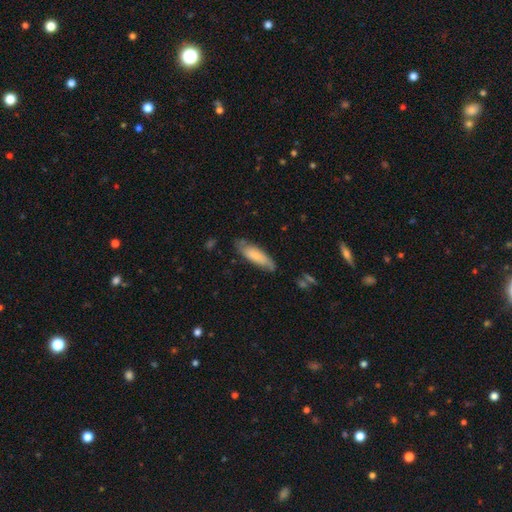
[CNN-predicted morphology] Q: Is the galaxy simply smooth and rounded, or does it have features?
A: smooth — 72%.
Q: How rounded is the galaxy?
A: cigar-shaped — 53%.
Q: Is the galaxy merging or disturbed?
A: none — 71%.